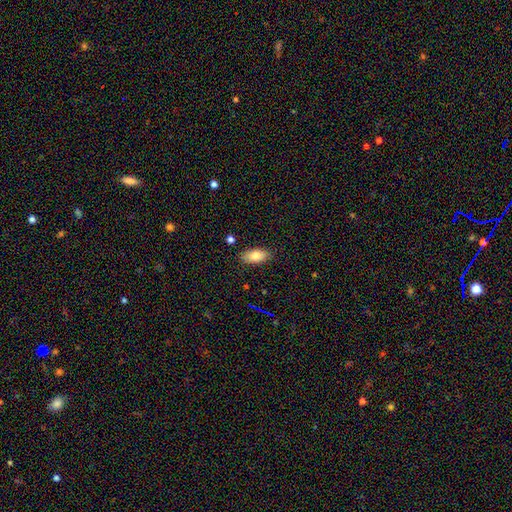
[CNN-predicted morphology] A smooth galaxy with no disk features (79%) that is in between round and cigar-shaped (89%).

Vote fractions:
- Smooth or featured? smooth: 79% / featured or disk: 14% / star or artifact: 8%
- How rounded? in between: 89% / cigar-shaped: 8% / round: 3%
- Merging? none: 86% / minor disturbance: 11% / major disturbance: 2% / merger: 2%